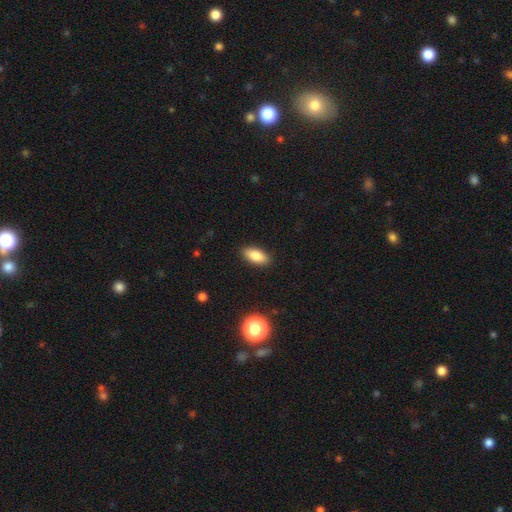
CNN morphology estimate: This is clearly a smooth galaxy (83%). How rounded: clearly in between (87%). Merging: clearly none (89%).